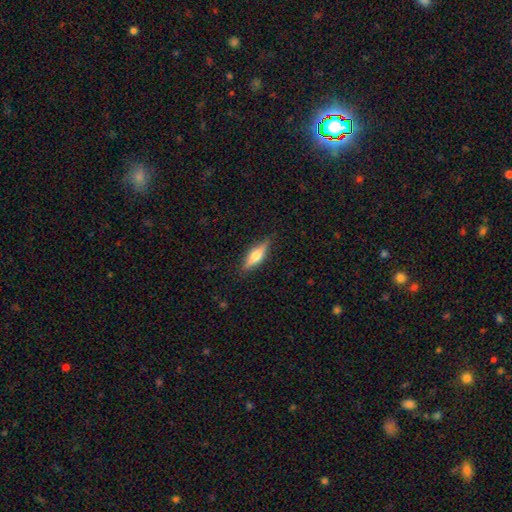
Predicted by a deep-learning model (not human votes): Morphology: type=featured or disk (49%); merging=none (85%).